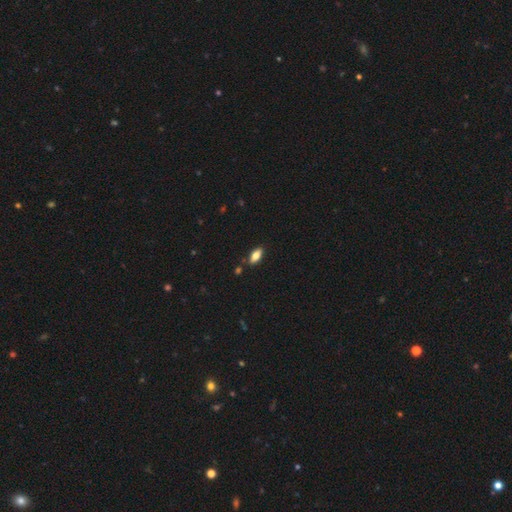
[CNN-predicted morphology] smooth 75%, featured or disk 17%, star or artifact 8%. Down the decision tree: how rounded — in between (86%); merging — none (82%).